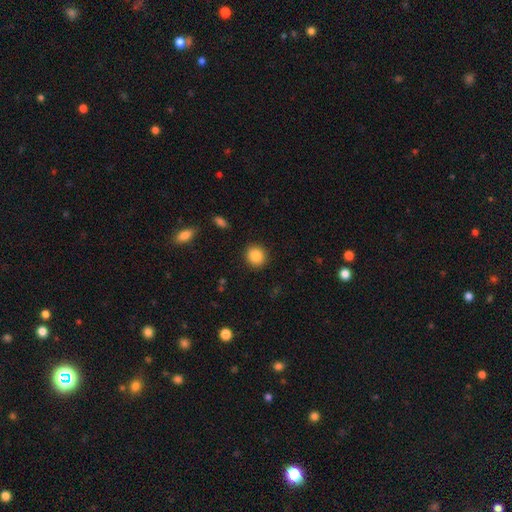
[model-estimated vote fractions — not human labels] smooth 86%, star or artifact 9%, featured or disk 5%. Down the decision tree: how rounded — round (86%); merging — none (90%).